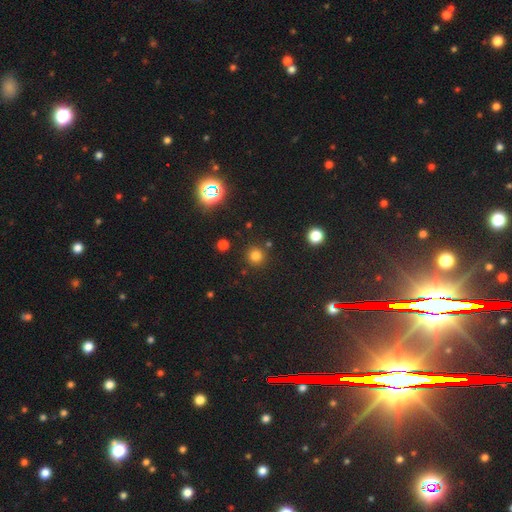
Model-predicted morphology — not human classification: Smooth or featured? Predicted: smooth (p=0.78). How rounded? Predicted: round (p=0.94). Merging? Predicted: none (p=0.87).